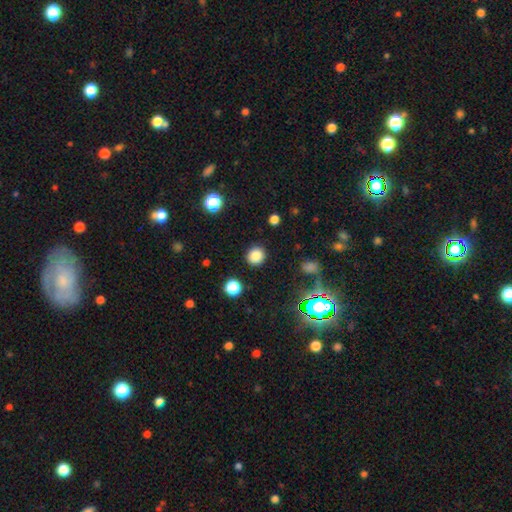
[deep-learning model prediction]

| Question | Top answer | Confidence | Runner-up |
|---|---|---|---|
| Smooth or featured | smooth | 84% | star or artifact (13%) |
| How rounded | round | 90% | in between (9%) |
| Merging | none | 90% | minor disturbance (6%) |